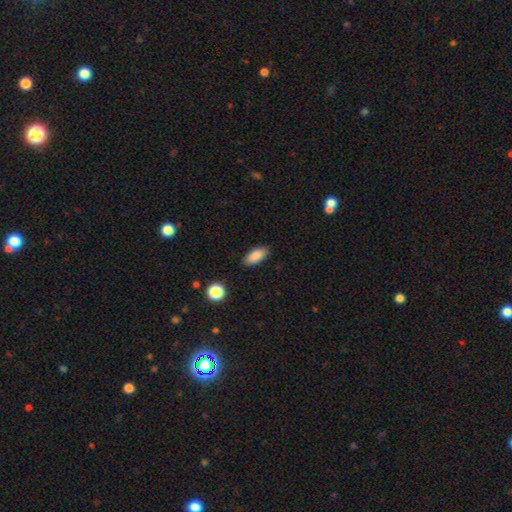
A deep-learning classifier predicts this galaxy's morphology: Smooth or featured?
  - smooth: 87% *
  - star or artifact: 8%
  - featured or disk: 6%
How rounded?
  - in between: 87% *
  - cigar-shaped: 11%
  - round: 3%
Merging?
  - none: 87% *
  - minor disturbance: 10%
  - major disturbance: 2%
  - merger: 1%